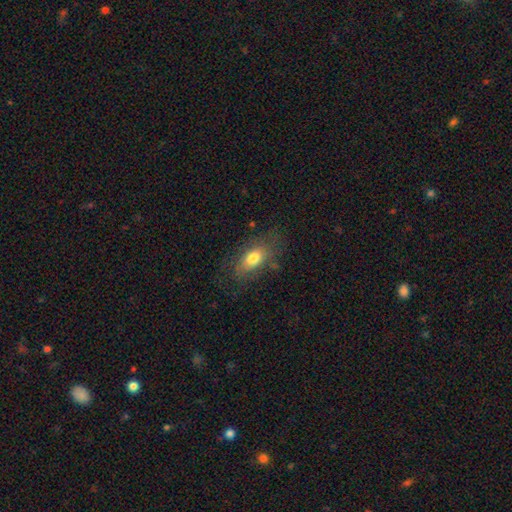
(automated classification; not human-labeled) Smooth or featured? smooth (66%)
How rounded? in between (82%)
Merging? none (72%)